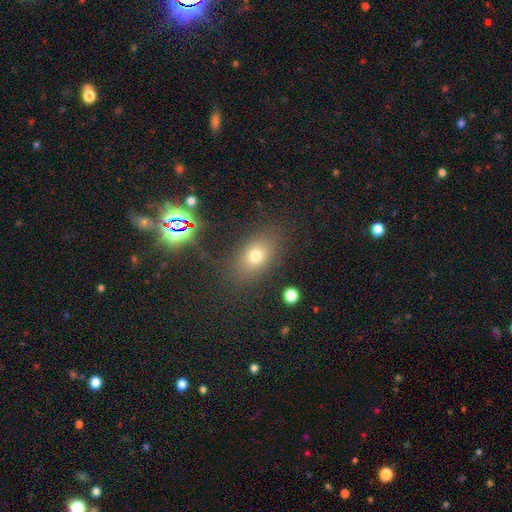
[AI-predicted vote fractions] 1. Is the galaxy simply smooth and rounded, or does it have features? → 69% smooth, 19% star or artifact, 12% featured or disk.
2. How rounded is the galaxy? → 73% in between, 25% round, 2% cigar-shaped.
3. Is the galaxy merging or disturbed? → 81% none, 11% minor disturbance, 5% major disturbance, 2% merger.